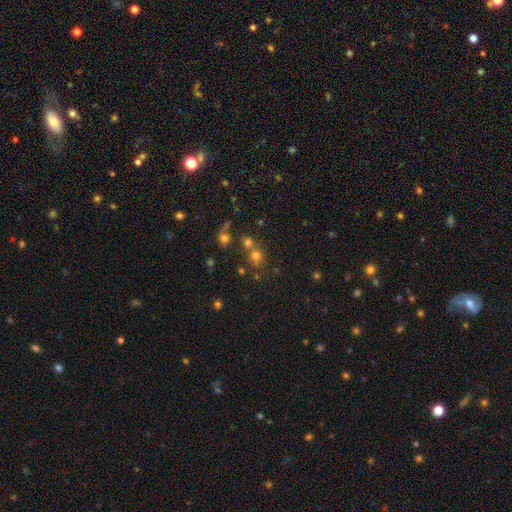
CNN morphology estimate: A smooth galaxy with no disk features (63%) that is round (83%).

Vote fractions:
- Smooth or featured? smooth: 63% / star or artifact: 26% / featured or disk: 11%
- How rounded? round: 83% / in between: 16% / cigar-shaped: 1%
- Merging? none: 52% / merger: 36% / minor disturbance: 8% / major disturbance: 4%